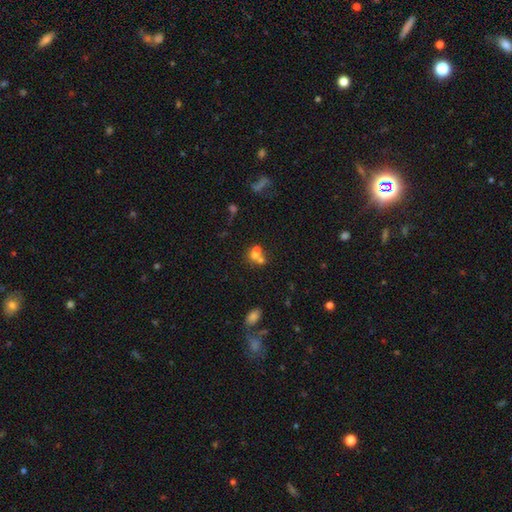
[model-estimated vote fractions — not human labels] smooth_or_featured: smooth (p=0.59) [alt: featured or disk p=0.24]
how_rounded: round (p=0.64) [alt: in between p=0.34]
merging: merger (p=0.58) [alt: none p=0.30]